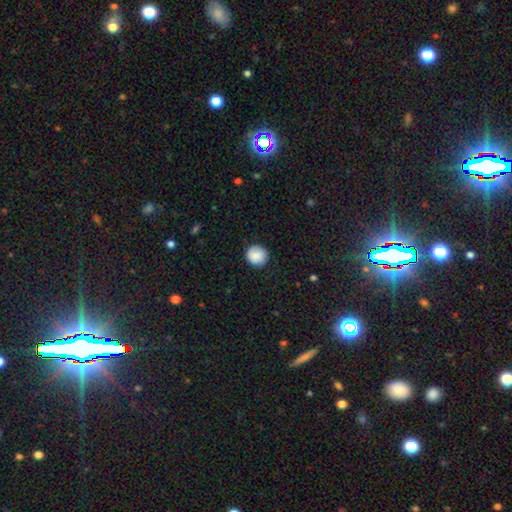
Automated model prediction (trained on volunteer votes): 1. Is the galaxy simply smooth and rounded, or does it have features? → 86% smooth, 8% star or artifact, 6% featured or disk.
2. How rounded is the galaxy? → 93% round, 6% in between, 1% cigar-shaped.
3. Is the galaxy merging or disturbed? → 87% none, 9% minor disturbance, 2% major disturbance, 1% merger.